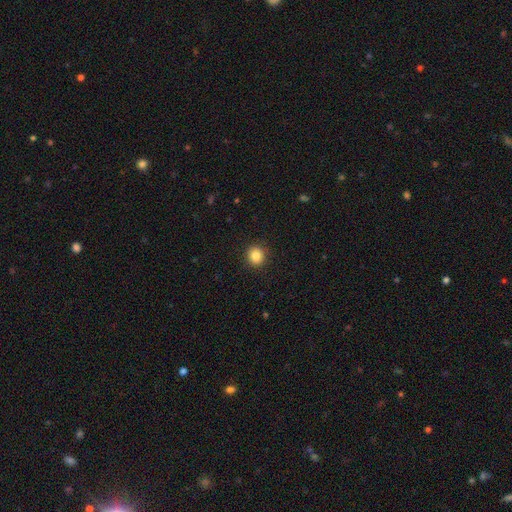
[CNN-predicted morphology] smooth-or-featured: smooth: 84% | star or artifact: 10% | featured or disk: 5%
  how-rounded: round: 90% | in between: 9% | cigar-shaped: 1%
  merging: none: 92% | minor disturbance: 5% | major disturbance: 2% | merger: 1%